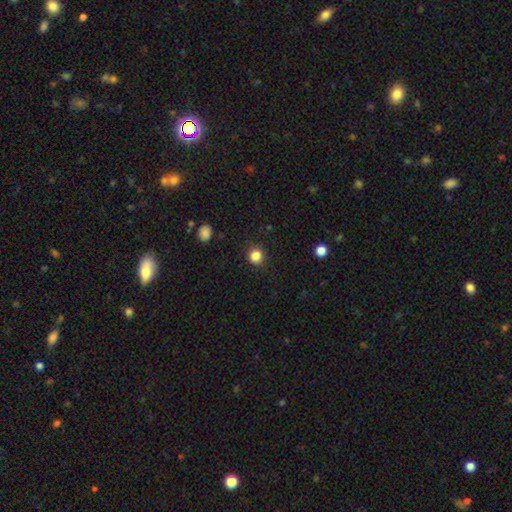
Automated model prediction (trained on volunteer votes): Q: Smooth or featured?
A: smooth (85%); runner-up: star or artifact (12%)
Q: How rounded?
A: round (85%); runner-up: in between (14%)
Q: Merging?
A: none (87%); runner-up: minor disturbance (9%)